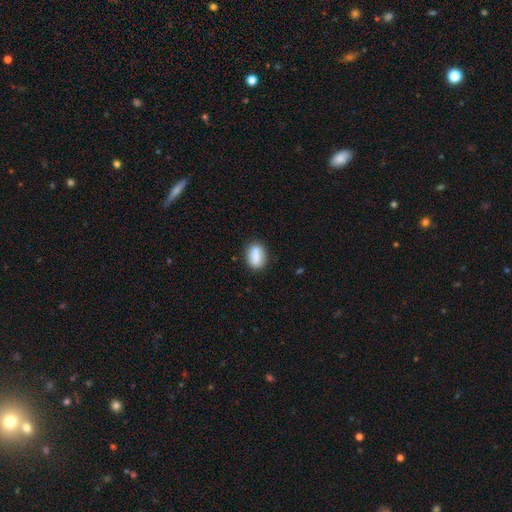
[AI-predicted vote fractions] Smooth or featured? smooth (84%)
How rounded? in between (81%)
Merging? none (83%)